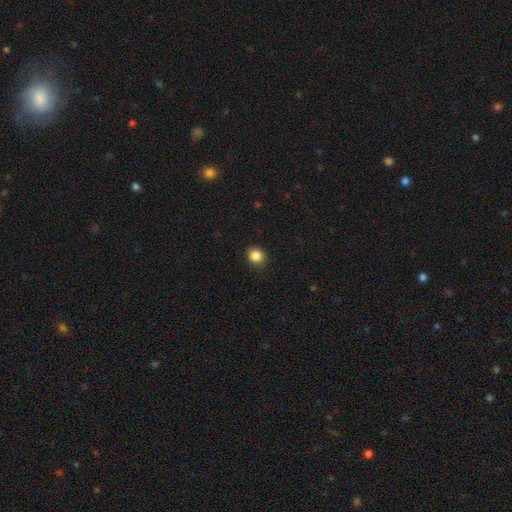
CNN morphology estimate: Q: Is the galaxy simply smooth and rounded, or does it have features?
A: smooth — 86%.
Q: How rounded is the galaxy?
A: round — 81%.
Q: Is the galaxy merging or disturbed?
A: none — 87%.